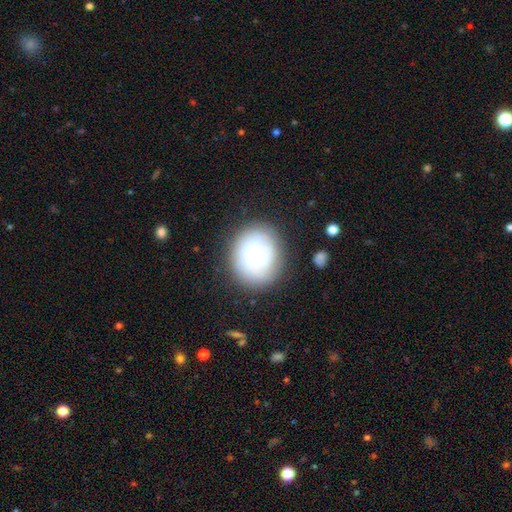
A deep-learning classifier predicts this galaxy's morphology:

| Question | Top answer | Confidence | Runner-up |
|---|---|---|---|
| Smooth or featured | smooth | 50% | featured or disk (42%) |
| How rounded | round | 68% | in between (32%) |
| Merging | none | 74% | minor disturbance (16%) |